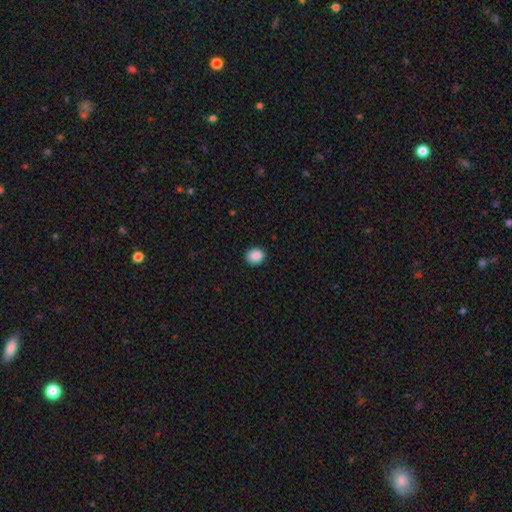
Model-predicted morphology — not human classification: smooth-or-featured: smooth: 88% | star or artifact: 9% | featured or disk: 4%
  how-rounded: round: 72% | in between: 27% | cigar-shaped: 1%
  merging: none: 89% | minor disturbance: 9% | major disturbance: 2% | merger: 1%